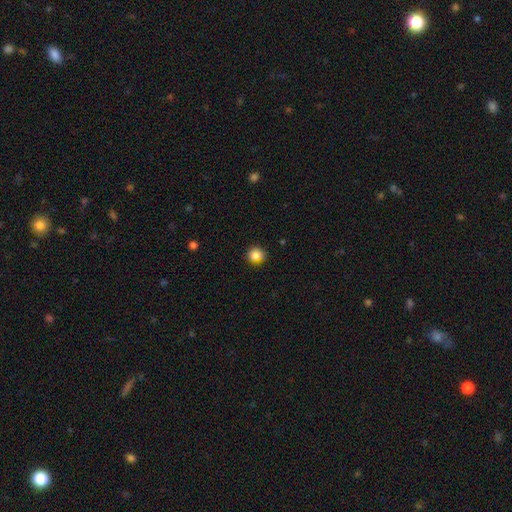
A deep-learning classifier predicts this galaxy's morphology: This appears to be a smooth galaxy with no disk features (85%) that is round (89%). Merging: none (85%).